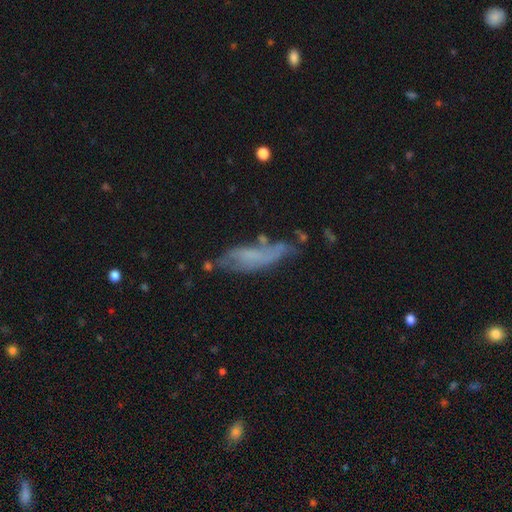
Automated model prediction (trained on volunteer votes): Overall: featured or disk (46%; smooth 44%). Merging: none (45%; minor disturbance 29%).